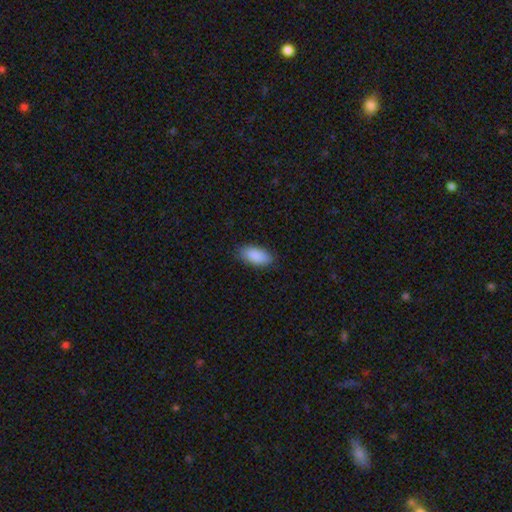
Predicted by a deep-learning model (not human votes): smooth_or_featured: smooth (p=0.90) [alt: star or artifact p=0.06]
how_rounded: in between (p=0.91) [alt: cigar-shaped p=0.07]
merging: none (p=0.86) [alt: minor disturbance p=0.11]